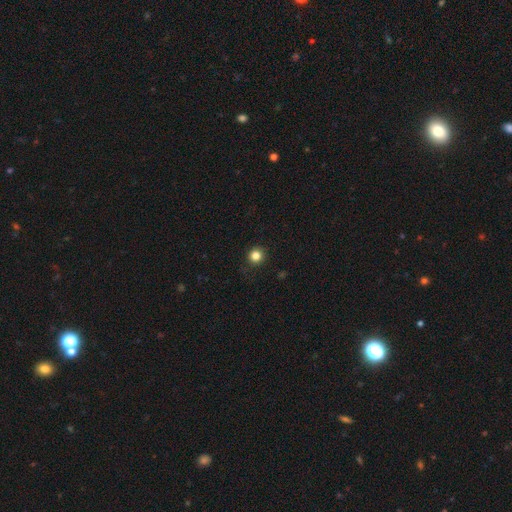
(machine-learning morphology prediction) smooth_or_featured: smooth (p=0.83) [alt: star or artifact p=0.13]
how_rounded: round (p=0.94) [alt: in between p=0.05]
merging: none (p=0.91) [alt: minor disturbance p=0.06]